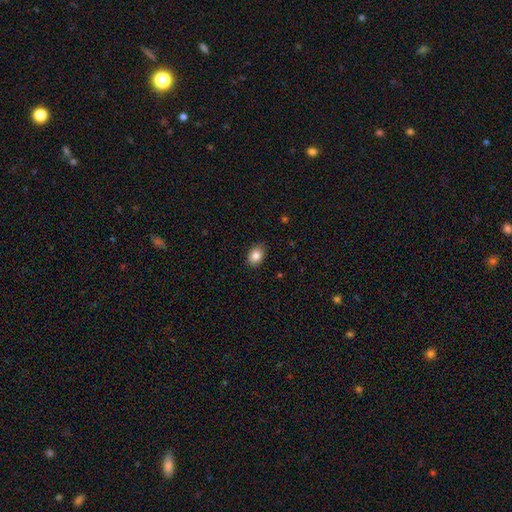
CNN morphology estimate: Smooth or featured: smooth — 85% (star or artifact — 9%)
How rounded: in between — 73% (round — 26%)
Merging: none — 85% (minor disturbance — 12%)